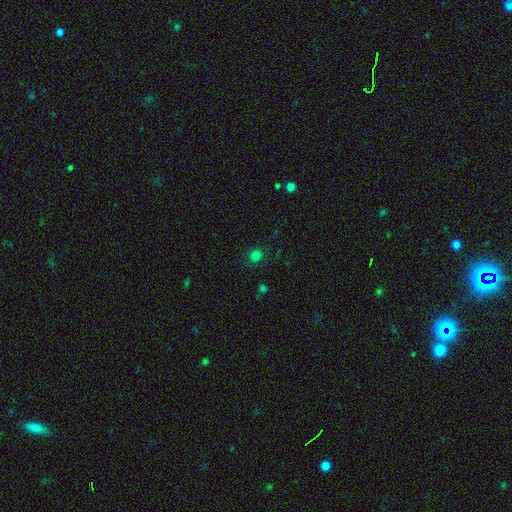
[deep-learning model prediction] Q: Smooth or featured?
A: smooth (78%); runner-up: star or artifact (18%)
Q: How rounded?
A: round (80%); runner-up: in between (19%)
Q: Merging?
A: none (84%); runner-up: minor disturbance (10%)